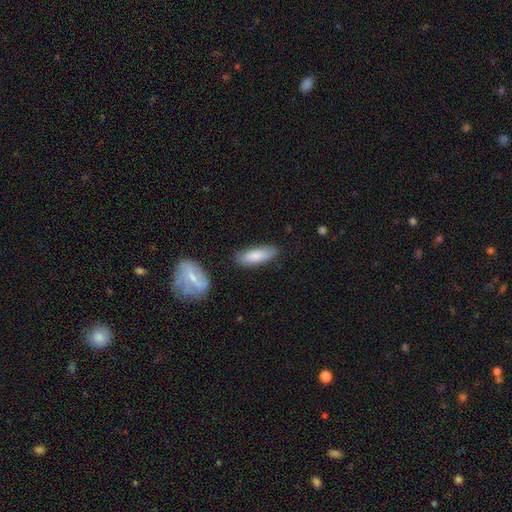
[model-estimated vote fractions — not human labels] Overall: smooth (82%). How rounded: in between (64%; cigar-shaped 34%). Merging: none (77%).